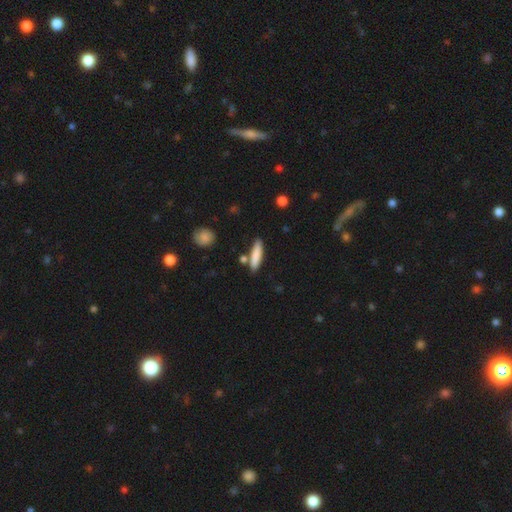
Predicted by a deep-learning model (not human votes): A smooth galaxy with no disk features (82%) that is cigar-shaped (80%).

Vote fractions:
- Smooth or featured? smooth: 82% / featured or disk: 13% / star or artifact: 6%
- How rounded? cigar-shaped: 80% / in between: 19% / round: 2%
- Merging? none: 78% / minor disturbance: 12% / merger: 8% / major disturbance: 3%